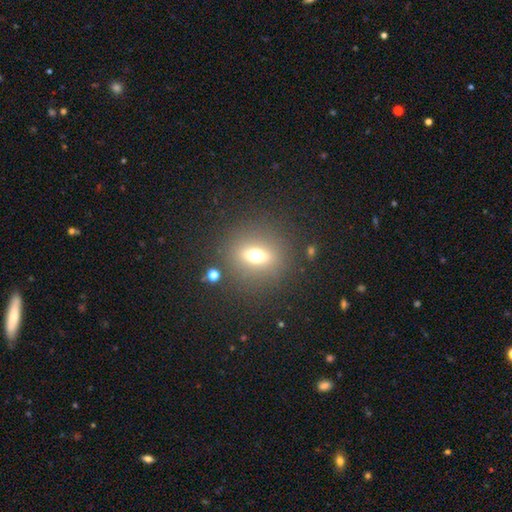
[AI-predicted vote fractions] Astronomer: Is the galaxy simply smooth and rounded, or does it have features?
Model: smooth — 56%.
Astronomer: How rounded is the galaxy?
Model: round — 55% (runner-up: in between, 39%).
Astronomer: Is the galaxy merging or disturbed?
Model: none — 82%.